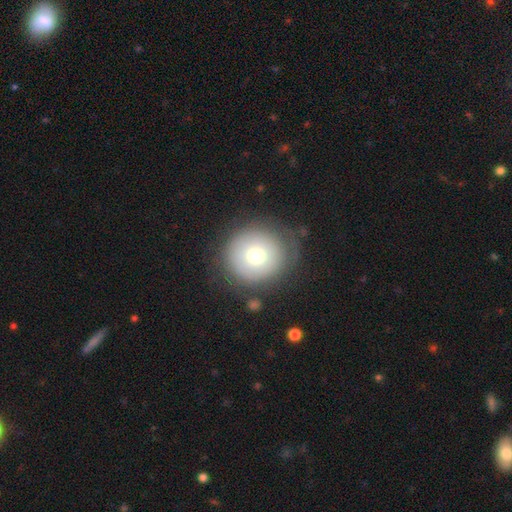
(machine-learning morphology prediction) Smooth or featured?
  - smooth: 69% *
  - featured or disk: 21%
  - star or artifact: 10%
How rounded?
  - round: 92% *
  - in between: 7%
  - cigar-shaped: 1%
Merging?
  - none: 75% *
  - minor disturbance: 15%
  - major disturbance: 7%
  - merger: 2%